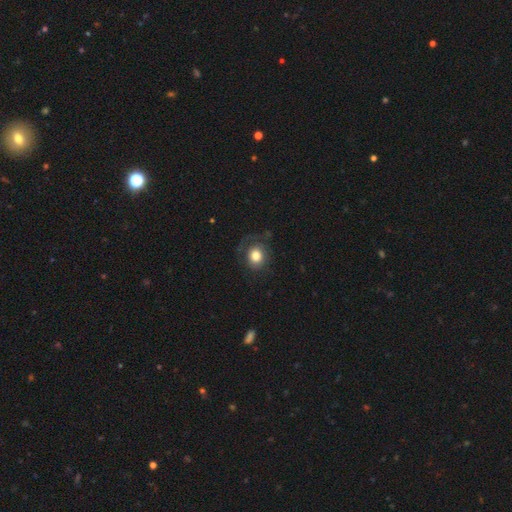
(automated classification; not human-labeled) Q: Smooth or featured?
A: smooth (77%); runner-up: featured or disk (14%)
Q: How rounded?
A: round (78%); runner-up: in between (21%)
Q: Merging?
A: none (68%); runner-up: minor disturbance (18%)